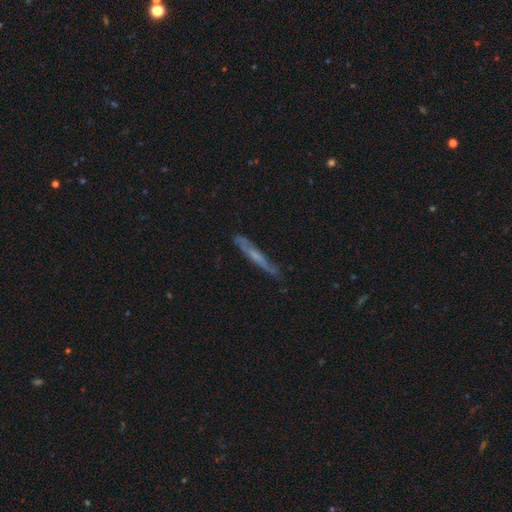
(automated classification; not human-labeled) Q: Smooth or featured?
A: featured or disk (58%); runner-up: smooth (34%)
Q: Edge-on disk?
A: yes (87%); runner-up: no (13%)
Q: Edge-on bulge?
A: none (55%); runner-up: rounded (36%)
Q: Merging?
A: none (77%); runner-up: minor disturbance (17%)